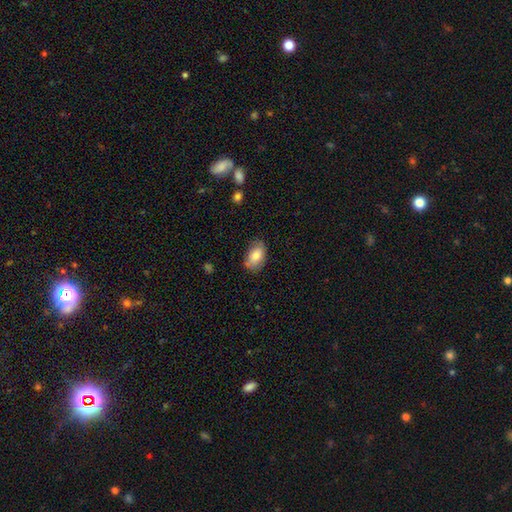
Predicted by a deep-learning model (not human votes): The model was most divided on "merging": none: 75%, minor disturbance: 20%, major disturbance: 4%, merger: 2%. More confident: how rounded — in between (91%); smooth or featured — smooth (78%).